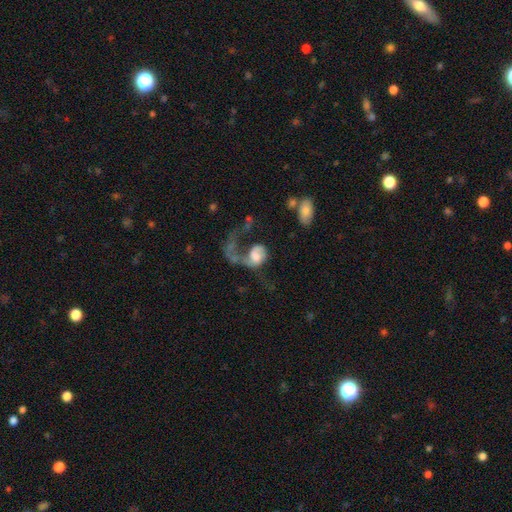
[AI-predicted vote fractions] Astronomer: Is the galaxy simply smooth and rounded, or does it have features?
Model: featured or disk — 57% (runner-up: smooth, 35%).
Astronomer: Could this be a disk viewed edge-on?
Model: no — 97%.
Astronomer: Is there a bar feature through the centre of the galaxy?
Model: no — 72%.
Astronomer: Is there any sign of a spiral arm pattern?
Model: yes — 72%.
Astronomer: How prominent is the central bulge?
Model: moderate — 37% (runner-up: large, 27%).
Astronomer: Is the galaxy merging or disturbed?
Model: major disturbance — 62%.